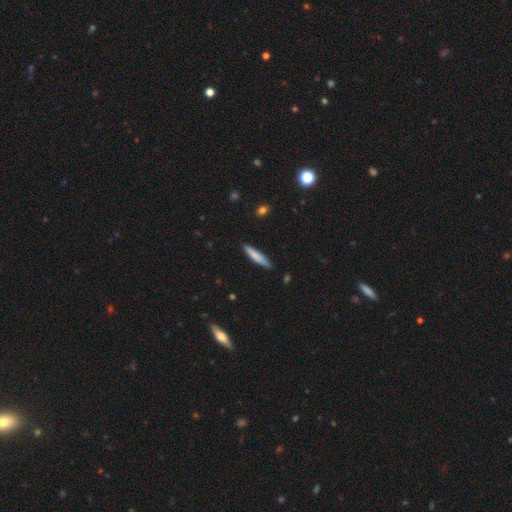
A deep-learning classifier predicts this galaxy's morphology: Smooth or featured: smooth — 77% (featured or disk — 17%)
How rounded: cigar-shaped — 89% (in between — 9%)
Merging: none — 88% (minor disturbance — 9%)